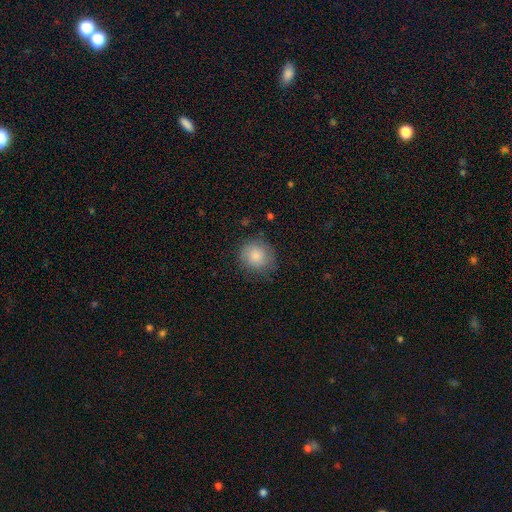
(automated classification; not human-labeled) smooth_or_featured: smooth (p=0.85) [alt: featured or disk p=0.08]
how_rounded: round (p=0.85) [alt: in between p=0.14]
merging: none (p=0.77) [alt: minor disturbance p=0.17]